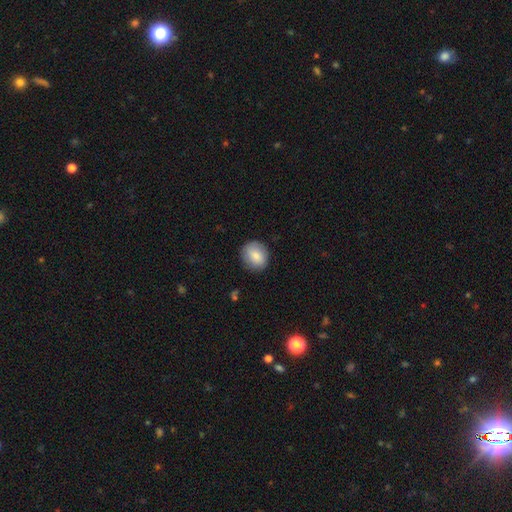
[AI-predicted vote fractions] The model was most divided on "how rounded": round: 75%, in between: 24%, cigar-shaped: 1%. More confident: merging — none (85%); smooth or featured — smooth (80%).